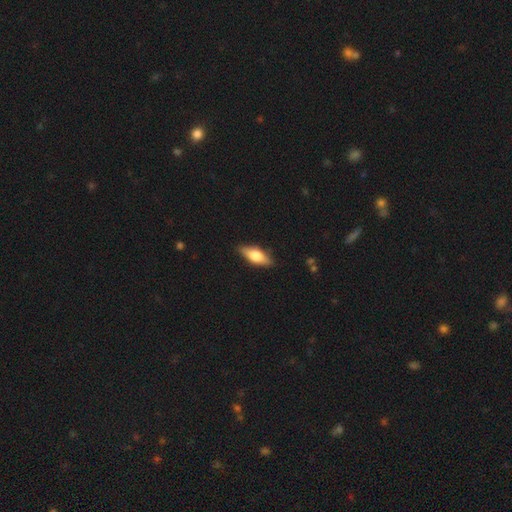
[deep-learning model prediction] The model was most divided on "smooth or featured": smooth: 53%, featured or disk: 41%, star or artifact: 6%. More confident: merging — none (86%); how rounded — in between (66%).